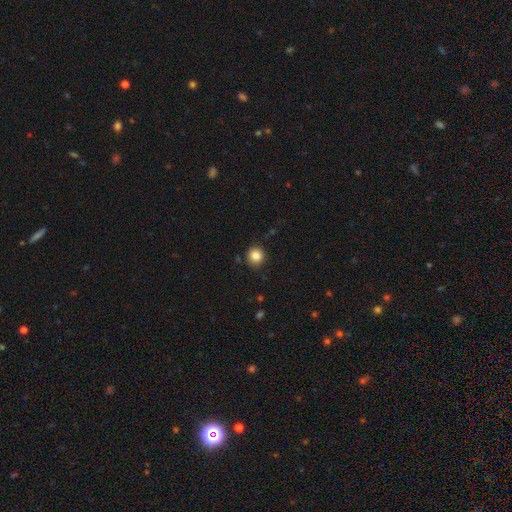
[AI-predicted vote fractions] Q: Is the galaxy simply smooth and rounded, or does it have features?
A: smooth — 86%.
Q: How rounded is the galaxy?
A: round — 90%.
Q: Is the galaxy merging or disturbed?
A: none — 88%.